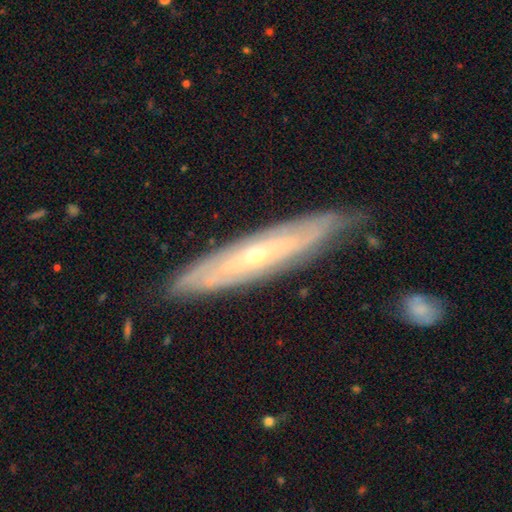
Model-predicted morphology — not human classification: A featured or disk galaxy (77%).

Vote fractions:
- Smooth or featured? featured or disk: 77% / smooth: 17% / star or artifact: 6%
- Edge-on disk? no: 51% / yes: 49%
- Merging? none: 80% / minor disturbance: 16% / major disturbance: 3% / merger: 2%